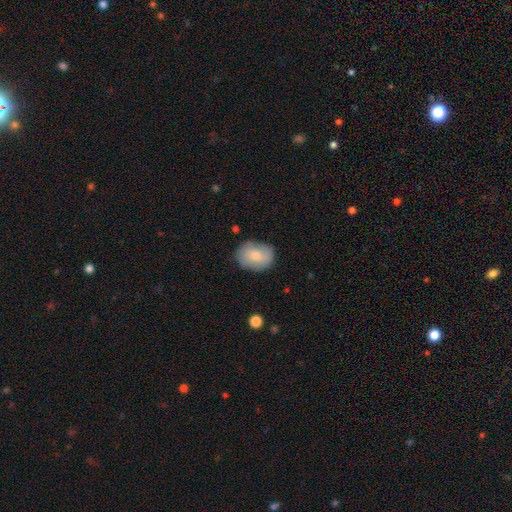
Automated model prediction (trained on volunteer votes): A smooth galaxy with no disk features (71%) that is in between round and cigar-shaped (58%).

Vote fractions:
- Smooth or featured? smooth: 71% / featured or disk: 22% / star or artifact: 7%
- How rounded? in between: 58% / round: 40% / cigar-shaped: 1%
- Merging? none: 75% / minor disturbance: 19% / major disturbance: 5% / merger: 2%